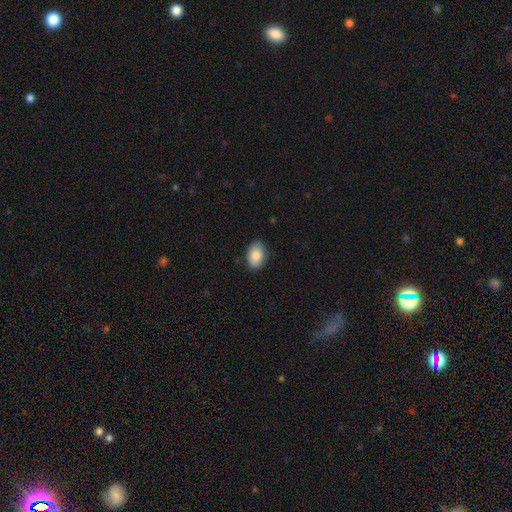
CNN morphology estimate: Q: Smooth or featured?
A: smooth (87%); runner-up: star or artifact (7%)
Q: How rounded?
A: in between (87%); runner-up: round (12%)
Q: Merging?
A: none (83%); runner-up: minor disturbance (14%)